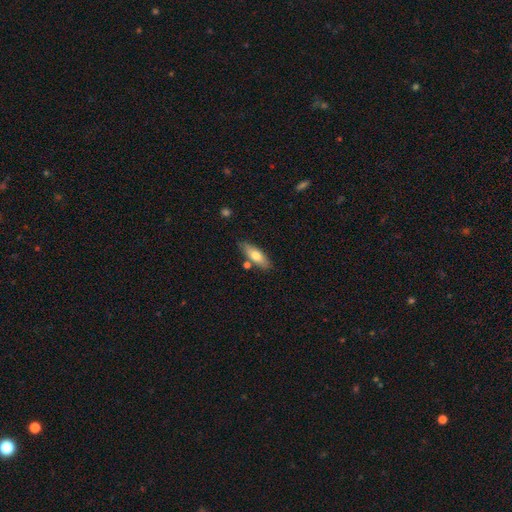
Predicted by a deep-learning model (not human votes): A smooth galaxy with no disk features (69%) that is in between round and cigar-shaped (57%). Merging: none (77%).